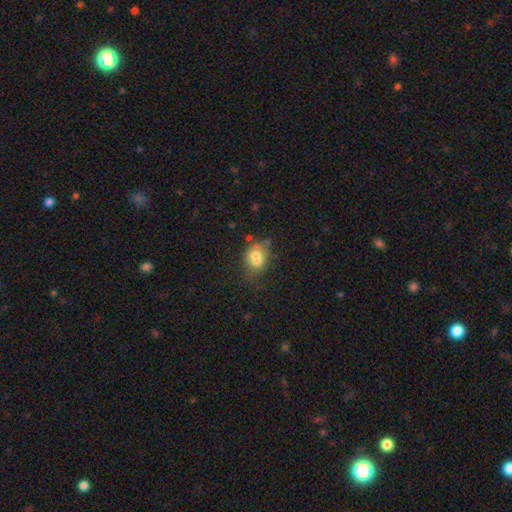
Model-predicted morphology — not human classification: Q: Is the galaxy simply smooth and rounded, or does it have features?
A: smooth — 66%.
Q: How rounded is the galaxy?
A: in between — 60%.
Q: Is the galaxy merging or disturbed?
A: none — 40%.